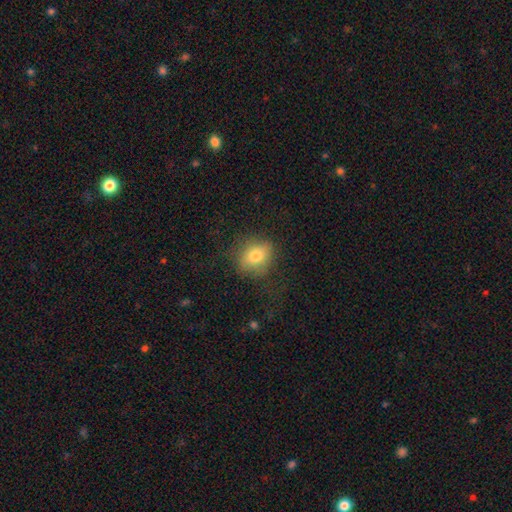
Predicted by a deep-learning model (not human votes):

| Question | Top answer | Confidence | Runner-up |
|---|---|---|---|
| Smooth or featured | smooth | 77% | featured or disk (13%) |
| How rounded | round | 55% | in between (44%) |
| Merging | none | 74% | minor disturbance (16%) |